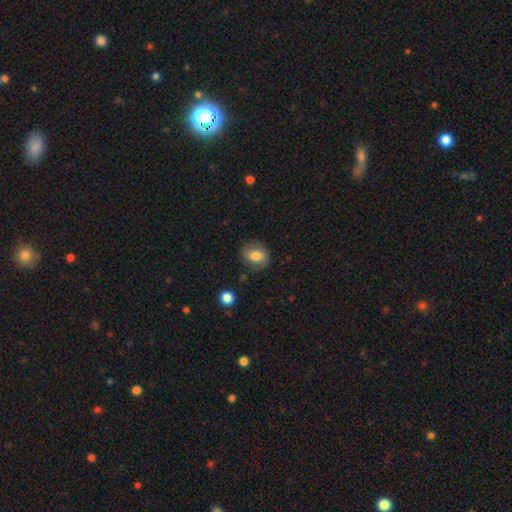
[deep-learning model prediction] Morphology: type=smooth (74%); roundness=round (51%); merging=none (76%).